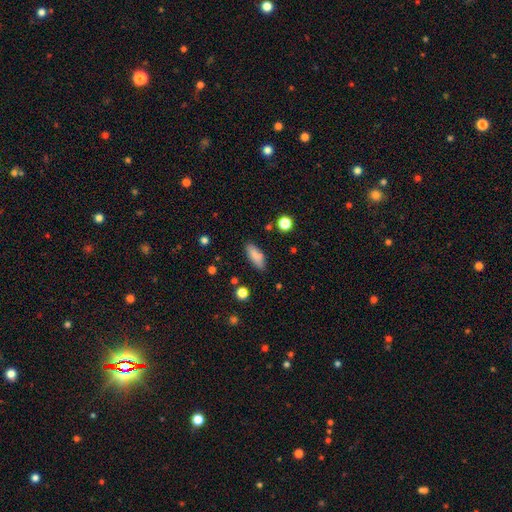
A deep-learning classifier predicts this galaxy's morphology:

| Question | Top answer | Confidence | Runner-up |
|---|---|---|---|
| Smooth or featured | smooth | 84% | featured or disk (8%) |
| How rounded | in between | 69% | cigar-shaped (29%) |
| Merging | none | 81% | minor disturbance (13%) |